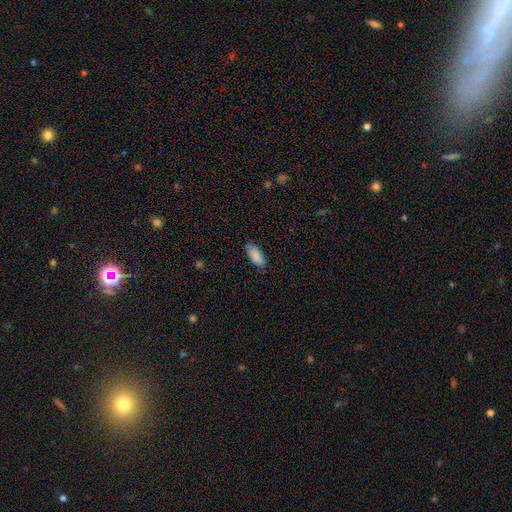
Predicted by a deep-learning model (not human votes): Morphology: type=smooth (89%); roundness=in between (85%); merging=none (84%).